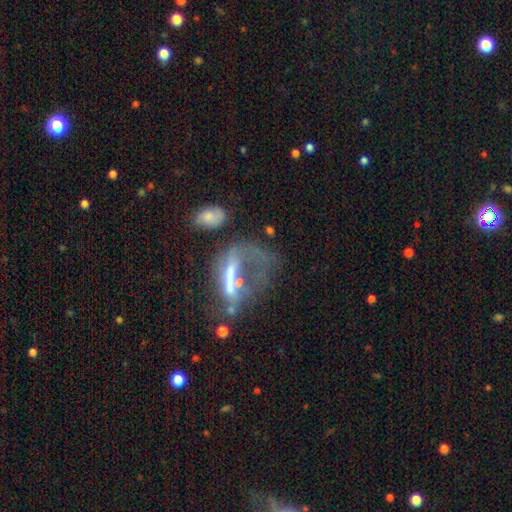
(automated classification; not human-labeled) Smooth or featured: featured or disk — 55% (smooth — 26%)
Edge-on disk: no — 87% (yes — 13%)
Merging: major disturbance — 47% (none — 21%)